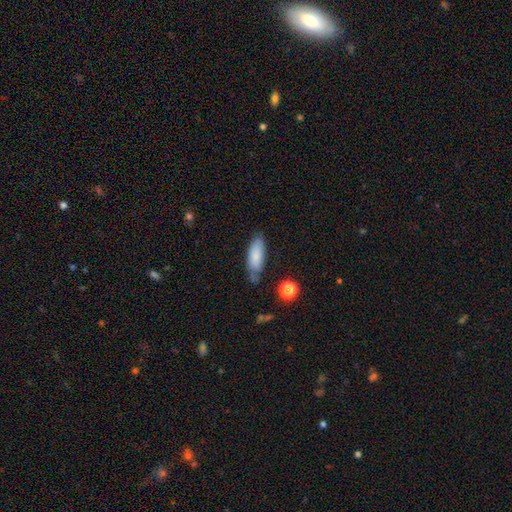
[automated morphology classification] Smooth or featured: smooth — 82% (featured or disk — 11%)
How rounded: in between — 69% (cigar-shaped — 29%)
Merging: none — 61% (minor disturbance — 28%)